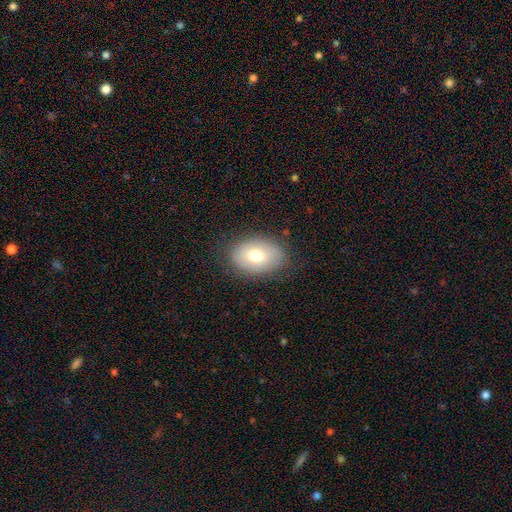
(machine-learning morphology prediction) Q: Smooth or featured?
A: smooth (69%); runner-up: featured or disk (23%)
Q: How rounded?
A: in between (84%); runner-up: round (15%)
Q: Merging?
A: none (81%); runner-up: minor disturbance (14%)